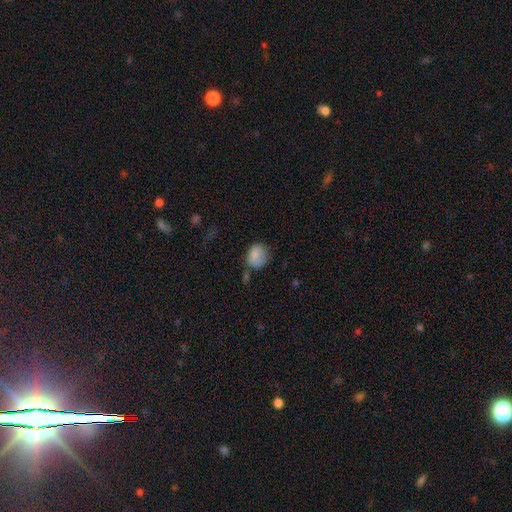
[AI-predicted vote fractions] Morphology: type=smooth (81%); roundness=round (65%); merging=none (58%).